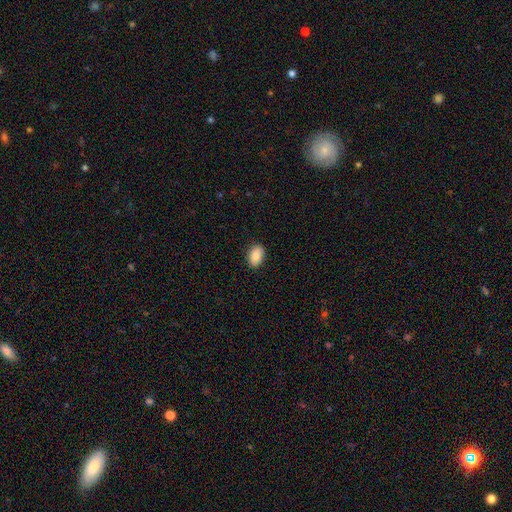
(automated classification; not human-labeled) smooth_or_featured: smooth (p=0.86) [alt: star or artifact p=0.07]
how_rounded: in between (p=0.87) [alt: round p=0.12]
merging: none (p=0.89) [alt: minor disturbance p=0.08]